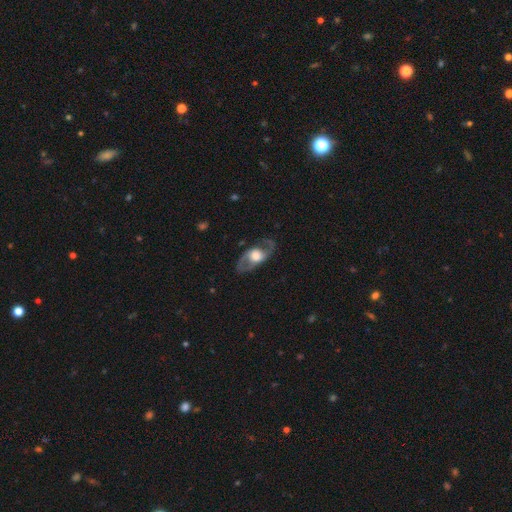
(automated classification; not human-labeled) Overall: featured or disk (77%). Edge-on disk: no (89%). Bar: no (68%). Spiral arms: yes (78%). Spiral arm count: 2 (90%). Spiral winding: medium (48%; loose 39%). Bulge size: large (51%; moderate 37%). Merging: none (78%).